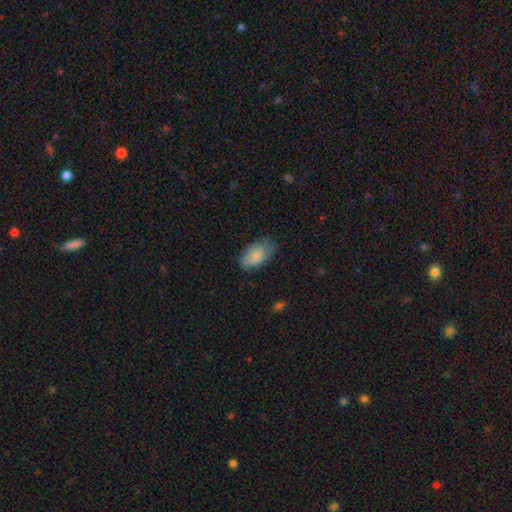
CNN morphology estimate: A smooth galaxy with no disk features (83%) that is in between round and cigar-shaped (94%). Merging: none (69%).